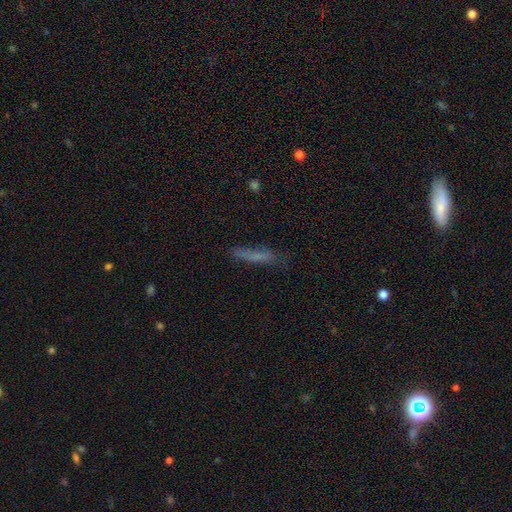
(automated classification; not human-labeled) smooth_or_featured: smooth (p=0.66) [alt: featured or disk p=0.24]
how_rounded: cigar-shaped (p=0.88) [alt: in between p=0.10]
merging: none (p=0.69) [alt: minor disturbance p=0.21]